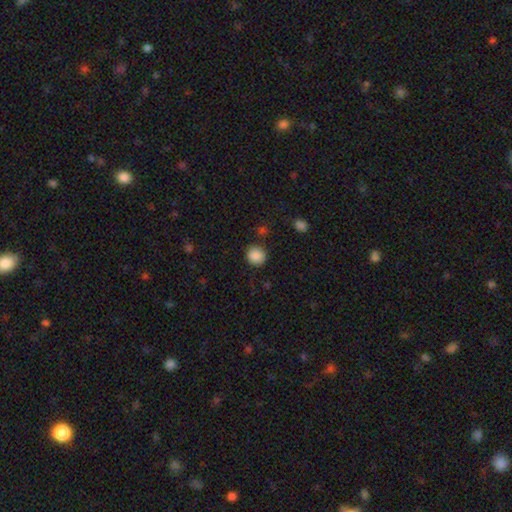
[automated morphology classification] This appears to be a smooth galaxy with no disk features (87%) that is round (87%). Merging: none (84%).